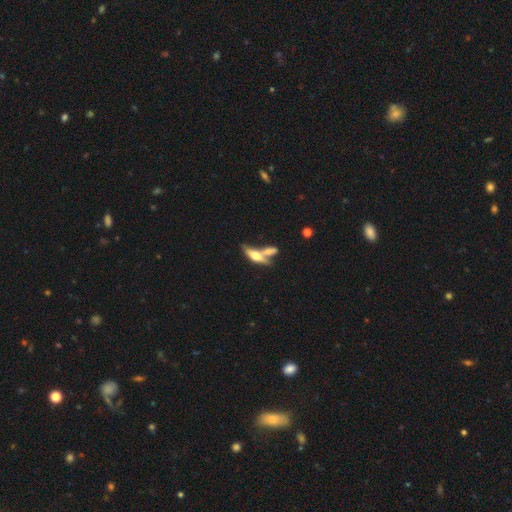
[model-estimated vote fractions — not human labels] A featured or disk galaxy (50%) viewed edge-on (79%).

Vote fractions:
- Smooth or featured? featured or disk: 50% / smooth: 42% / star or artifact: 8%
- Edge-on disk? yes: 79% / no: 21%
- Merging? merger: 51% / none: 33% / minor disturbance: 10% / major disturbance: 6%